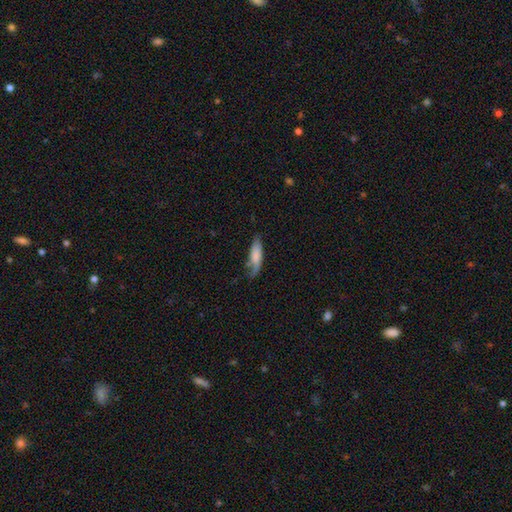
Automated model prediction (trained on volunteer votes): A smooth galaxy with no disk features (67%) that is in between round and cigar-shaped (51%). Merging: none (47%).